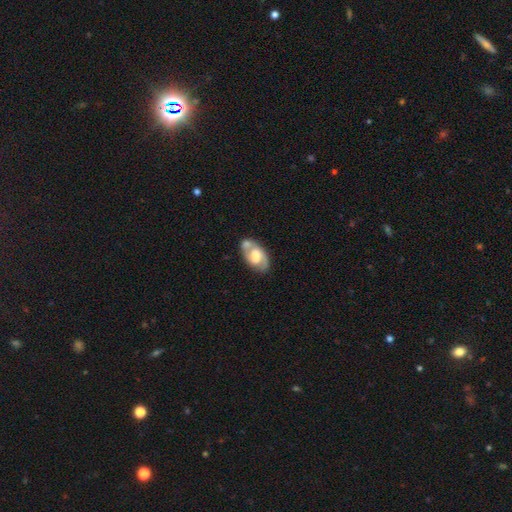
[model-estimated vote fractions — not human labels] Smooth or featured?
  - featured or disk: 65% *
  - smooth: 29%
  - star or artifact: 6%
Edge-on disk?
  - no: 94% *
  - yes: 6%
Bar?
  - weak: 47% *
  - no: 36%
  - strong: 17%
Spiral arms?
  - yes: 79% *
  - no: 21%
Bulge size?
  - moderate: 51% *
  - large: 27%
  - small: 15%
  - none: 4%
  - dominant: 2%
Merging?
  - none: 52% *
  - merger: 24%
  - minor disturbance: 18%
  - major disturbance: 6%